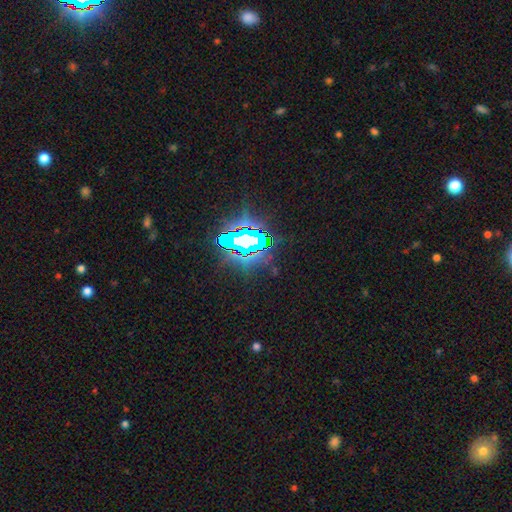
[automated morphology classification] Overall: star or artifact (83%).